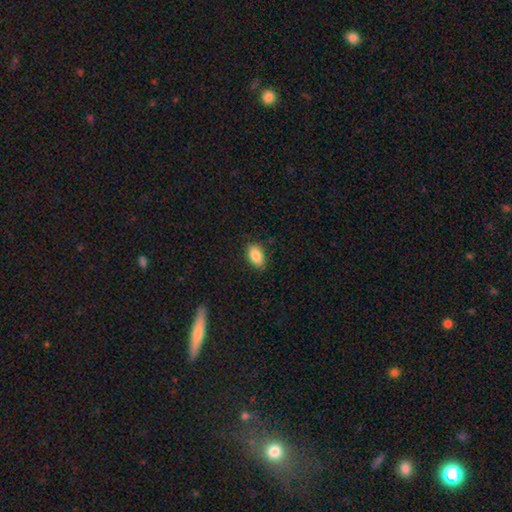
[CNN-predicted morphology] Q: Smooth or featured?
A: smooth (87%); runner-up: star or artifact (7%)
Q: How rounded?
A: in between (91%); runner-up: round (6%)
Q: Merging?
A: none (85%); runner-up: minor disturbance (12%)